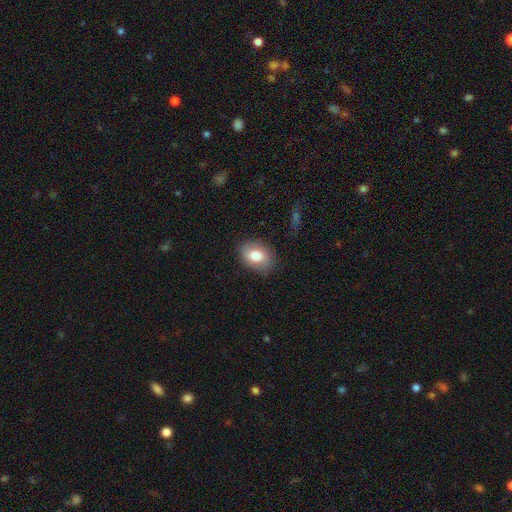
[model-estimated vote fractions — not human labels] Q: Smooth or featured?
A: smooth (79%); runner-up: featured or disk (13%)
Q: How rounded?
A: in between (72%); runner-up: round (27%)
Q: Merging?
A: none (80%); runner-up: minor disturbance (15%)